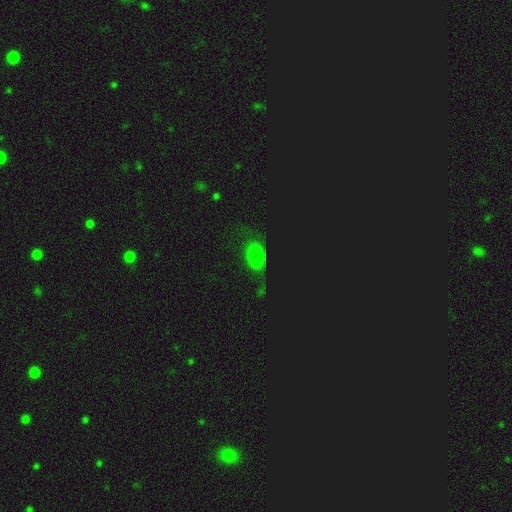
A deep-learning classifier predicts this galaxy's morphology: smooth_or_featured: smooth (p=0.59) [alt: star or artifact p=0.25]
how_rounded: in between (p=0.71) [alt: round p=0.25]
merging: none (p=0.50) [alt: minor disturbance p=0.25]